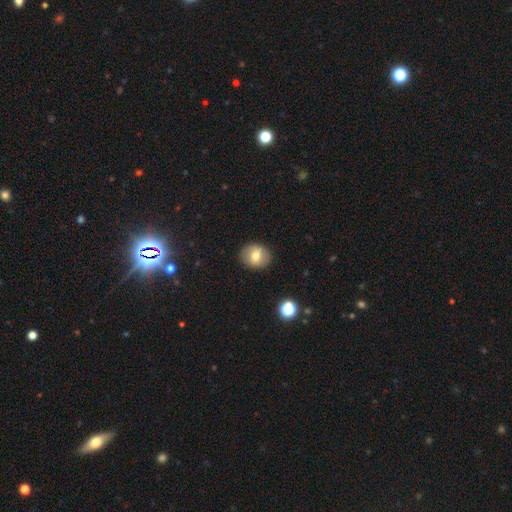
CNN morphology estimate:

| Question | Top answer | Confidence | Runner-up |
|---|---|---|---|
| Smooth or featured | smooth | 68% | featured or disk (22%) |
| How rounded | round | 63% | in between (36%) |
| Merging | none | 86% | minor disturbance (10%) |